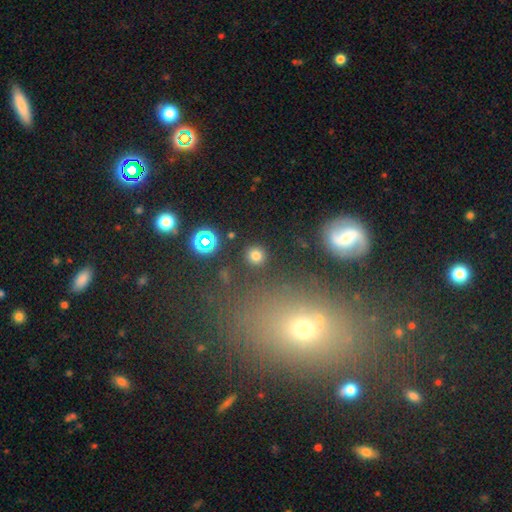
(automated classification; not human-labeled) Morphology: type=smooth (76%); roundness=round (93%); merging=none (89%).